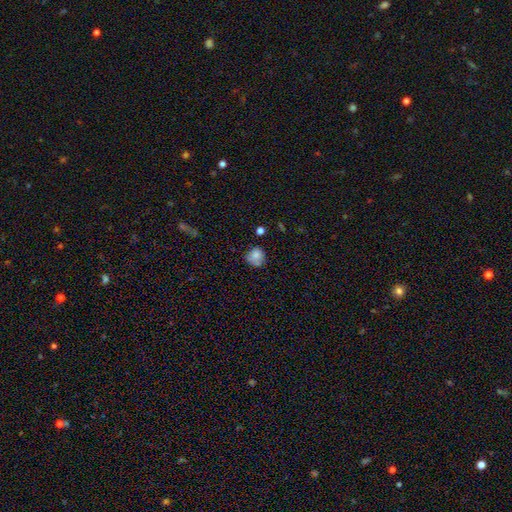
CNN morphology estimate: Q: Smooth or featured?
A: smooth (81%); runner-up: star or artifact (10%)
Q: How rounded?
A: round (80%); runner-up: in between (19%)
Q: Merging?
A: none (61%); runner-up: minor disturbance (28%)